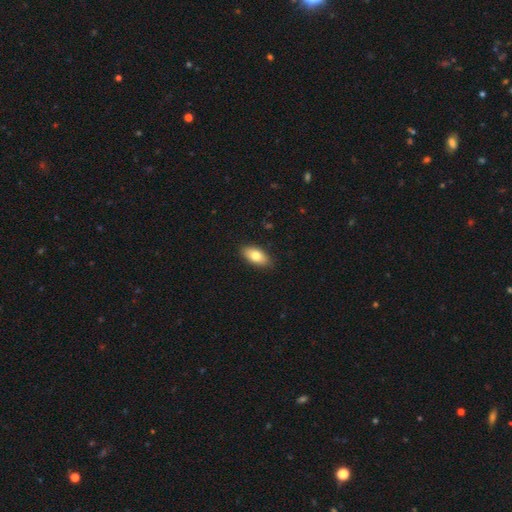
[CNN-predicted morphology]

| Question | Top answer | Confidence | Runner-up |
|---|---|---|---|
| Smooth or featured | smooth | 78% | featured or disk (15%) |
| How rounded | in between | 92% | cigar-shaped (4%) |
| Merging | none | 87% | minor disturbance (10%) |